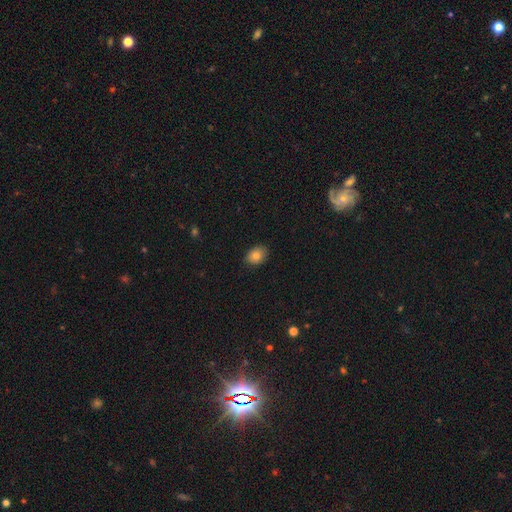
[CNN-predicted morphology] Smooth or featured? smooth (82%)
How rounded? in between (69%)
Merging? none (84%)